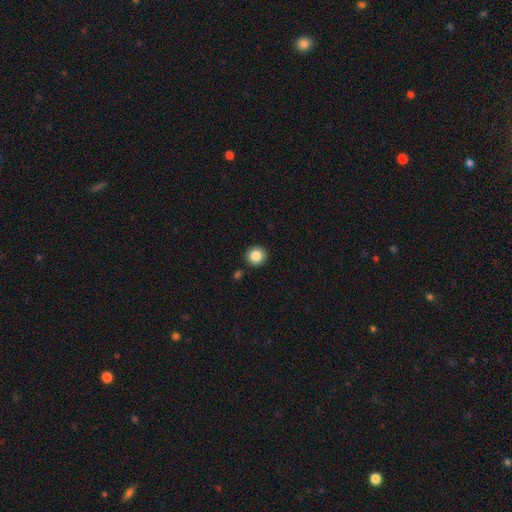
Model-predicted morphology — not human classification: Smooth or featured?
  - smooth: 86% *
  - star or artifact: 9%
  - featured or disk: 5%
How rounded?
  - round: 91% *
  - in between: 8%
  - cigar-shaped: 1%
Merging?
  - none: 90% *
  - minor disturbance: 6%
  - merger: 2%
  - major disturbance: 2%